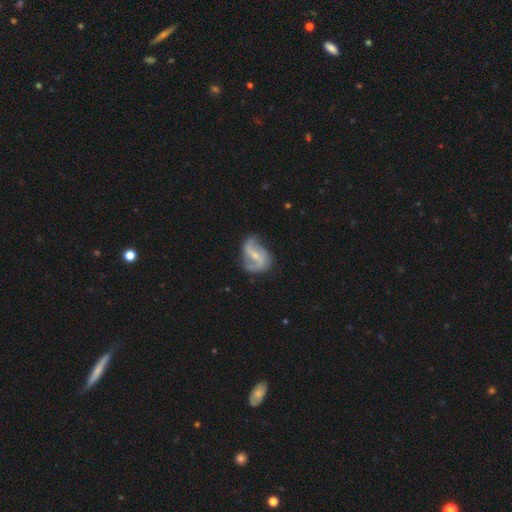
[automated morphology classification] smooth-or-featured: featured or disk: 81% | smooth: 14% | star or artifact: 6%
  disk-edge-on: no: 97% | yes: 3%
    bar: weak: 44% | strong: 32% | no: 24%
    has-spiral-arms: yes: 92% | no: 8%
      spiral-winding: loose: 52% | medium: 36% | tight: 12%
      spiral-arm-count: 2: 82% | can't tell: 7% | 3: 5% | 1: 4% | 4: 1% | more than 4: 1%
    bulge-size: small: 58% | moderate: 36% | none: 4% | large: 1% | dominant: 1%
  merging: none: 56% | minor disturbance: 28% | major disturbance: 14% | merger: 2%